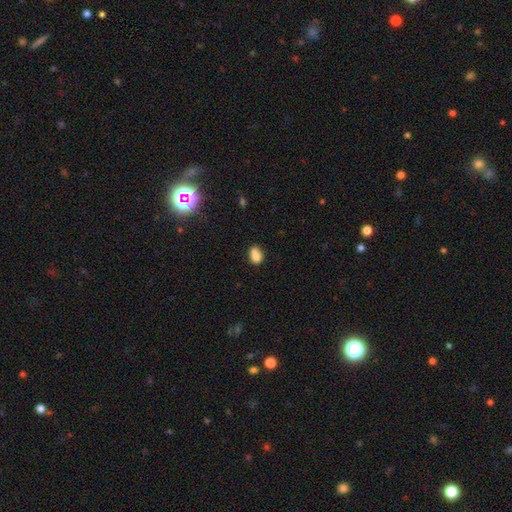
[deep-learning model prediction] A smooth galaxy with no disk features (76%) that is in between round and cigar-shaped (63%). Merging: none (40%).